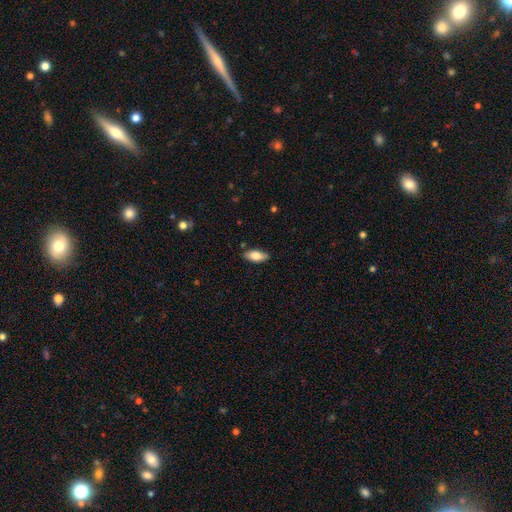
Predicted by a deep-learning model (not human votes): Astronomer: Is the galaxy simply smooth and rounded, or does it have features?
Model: smooth — 80%.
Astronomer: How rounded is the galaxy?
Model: in between — 87%.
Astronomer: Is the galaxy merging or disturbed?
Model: none — 85%.